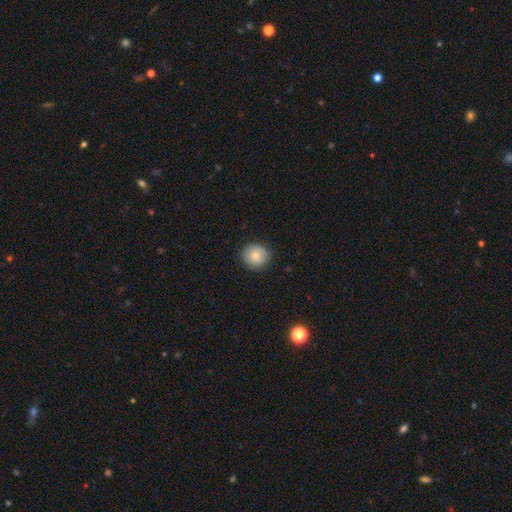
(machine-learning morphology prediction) Overall: smooth (84%). How rounded: round (88%). Merging: none (87%).